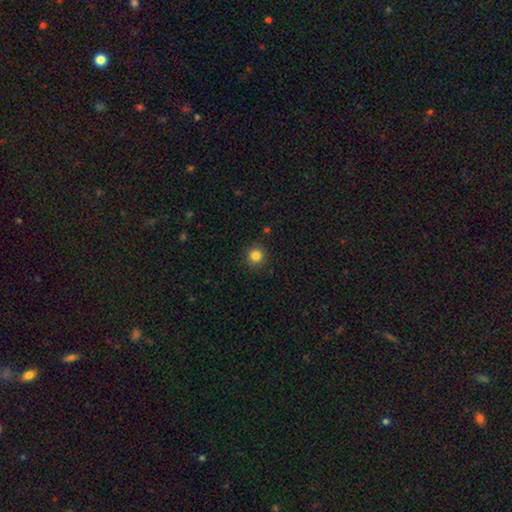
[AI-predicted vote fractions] The model was most divided on "smooth or featured": smooth: 84%, star or artifact: 11%, featured or disk: 4%. More confident: how rounded — round (94%); merging — none (90%).